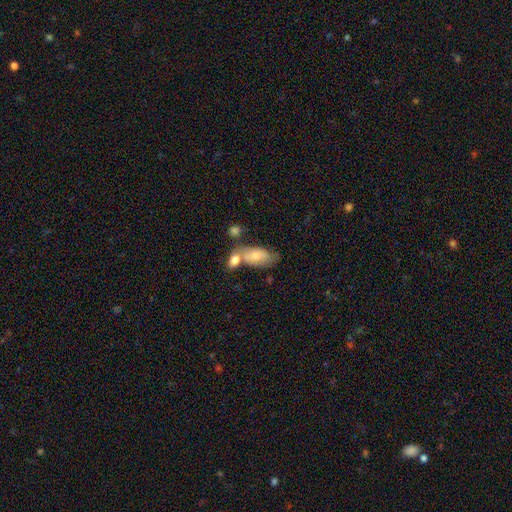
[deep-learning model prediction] Smooth or featured? smooth (73%)
How rounded? in between (91%)
Merging? merger (41%)